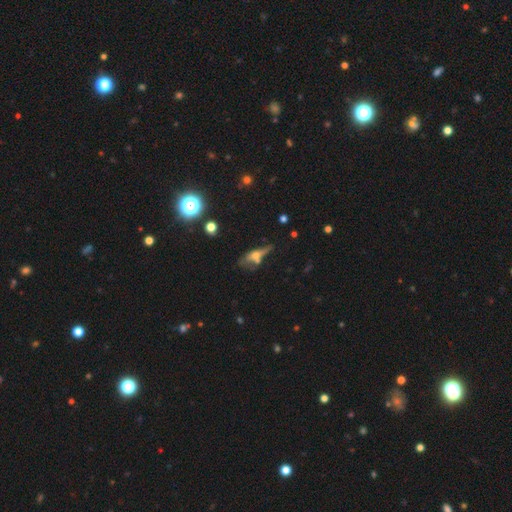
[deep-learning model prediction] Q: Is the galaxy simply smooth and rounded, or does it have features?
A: featured or disk — 51%.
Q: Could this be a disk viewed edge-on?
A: yes — 69%.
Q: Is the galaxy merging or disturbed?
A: none — 43%.